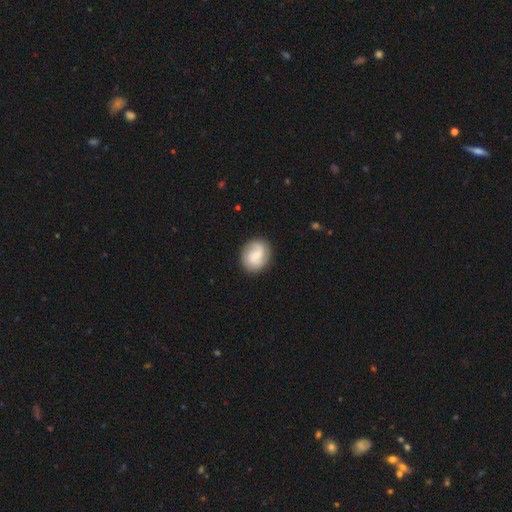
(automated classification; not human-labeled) A featured or disk galaxy (52%) with a weak bar (50%), spiral arms (89%) and a small central bulge (56%).

Vote fractions:
- Smooth or featured? featured or disk: 52% / smooth: 41% / star or artifact: 6%
- Edge-on disk? no: 98% / yes: 2%
- Bar? weak: 50% / no: 39% / strong: 11%
- Spiral arms? yes: 89% / no: 11%
- Bulge size? small: 56% / moderate: 28% / none: 11% / large: 3% / dominant: 1%
- Merging? none: 83% / minor disturbance: 12% / major disturbance: 4% / merger: 1%